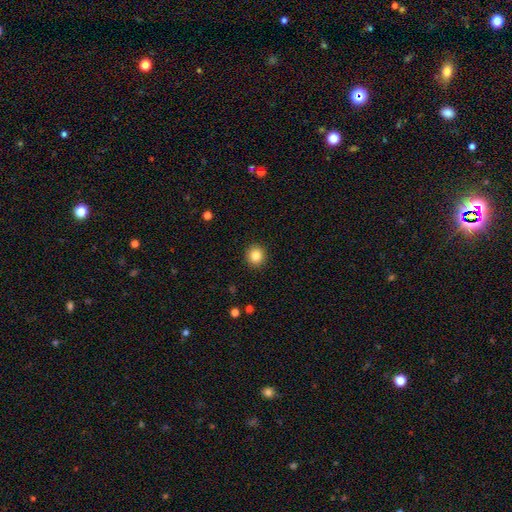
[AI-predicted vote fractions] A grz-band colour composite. It shows a smooth galaxy with no disk features (84%) that is round (89%). Merging: none (92%).